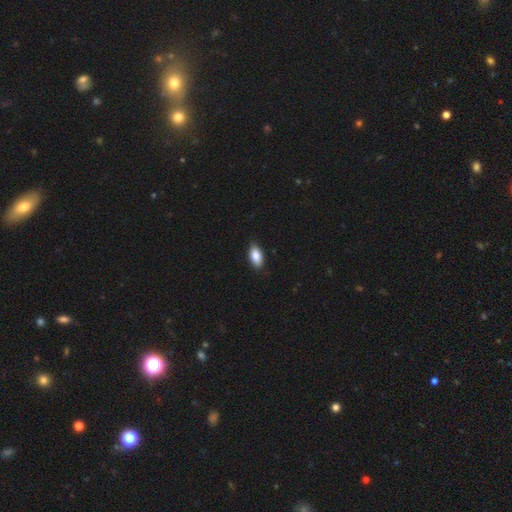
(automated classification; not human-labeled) Smooth or featured? smooth (85%)
How rounded? in between (92%)
Merging? none (87%)